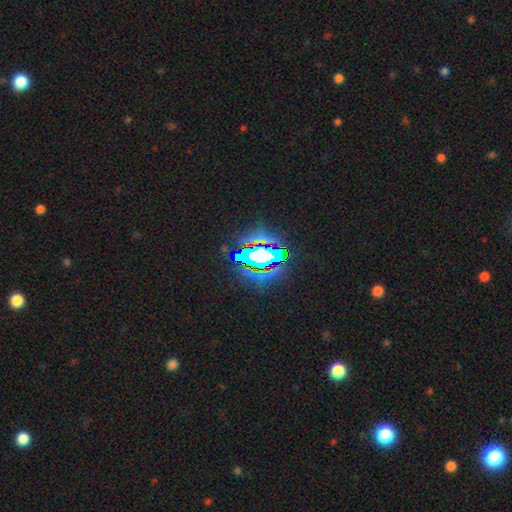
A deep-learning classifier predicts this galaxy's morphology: type=star or artifact (75%).